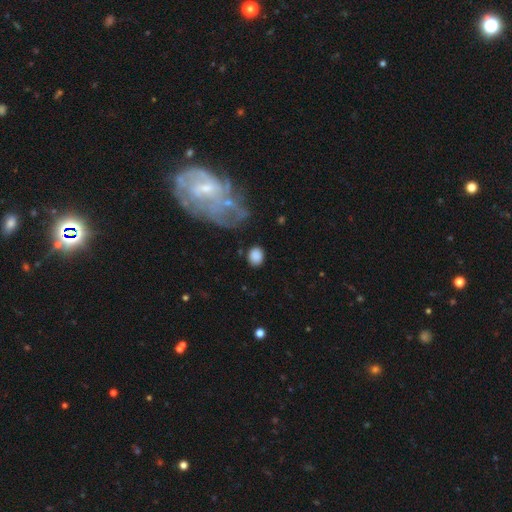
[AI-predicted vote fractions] The model was most divided on "how rounded": round: 63%, in between: 35%, cigar-shaped: 1%. More confident: smooth or featured — smooth (84%); merging — none (81%).